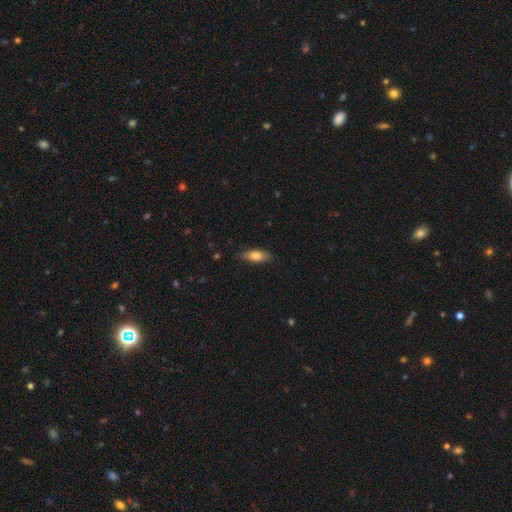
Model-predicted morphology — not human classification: Q: Smooth or featured?
A: smooth (79%); runner-up: featured or disk (14%)
Q: How rounded?
A: in between (73%); runner-up: cigar-shaped (25%)
Q: Merging?
A: none (85%); runner-up: minor disturbance (12%)